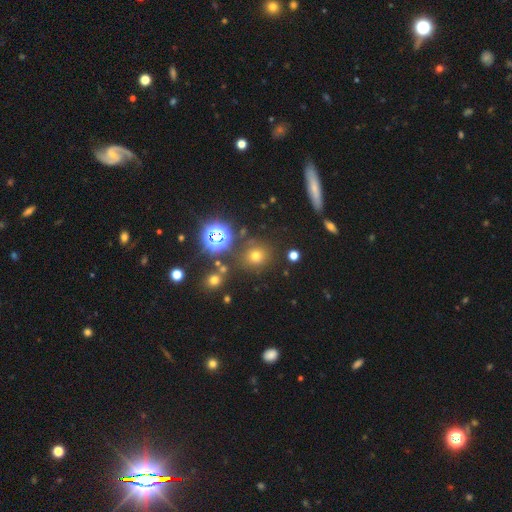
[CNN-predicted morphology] This appears to be a smooth galaxy with no disk features (62%) that is round (89%). Merging: none (81%).